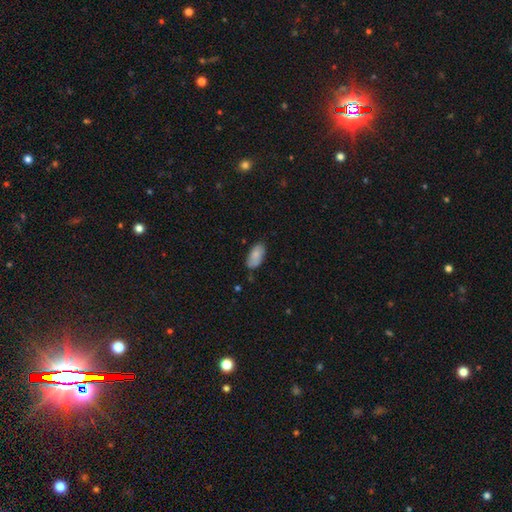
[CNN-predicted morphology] smooth-or-featured: smooth: 82% | featured or disk: 12% | star or artifact: 6%
  how-rounded: in between: 93% | cigar-shaped: 4% | round: 2%
  merging: none: 72% | minor disturbance: 22% | major disturbance: 4% | merger: 2%